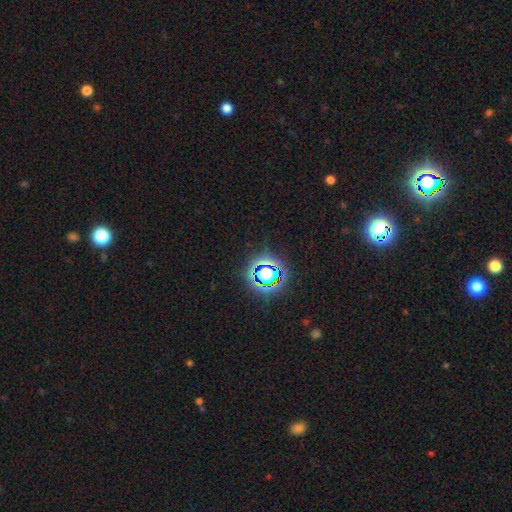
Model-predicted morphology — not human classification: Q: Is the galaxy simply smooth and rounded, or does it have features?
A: star or artifact — 73%.